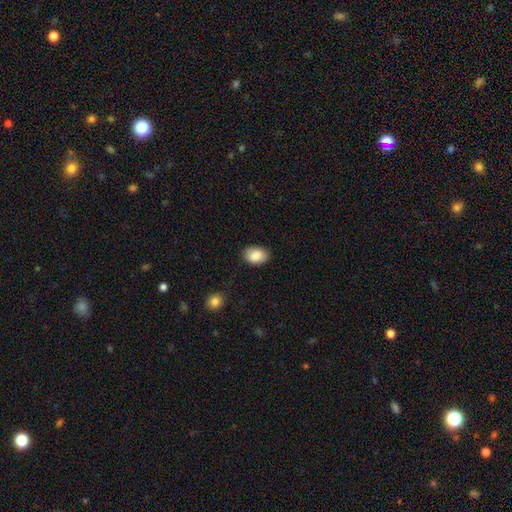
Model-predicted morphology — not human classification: Smooth or featured: smooth — 86% (star or artifact — 7%)
How rounded: in between — 84% (round — 15%)
Merging: none — 86% (minor disturbance — 11%)